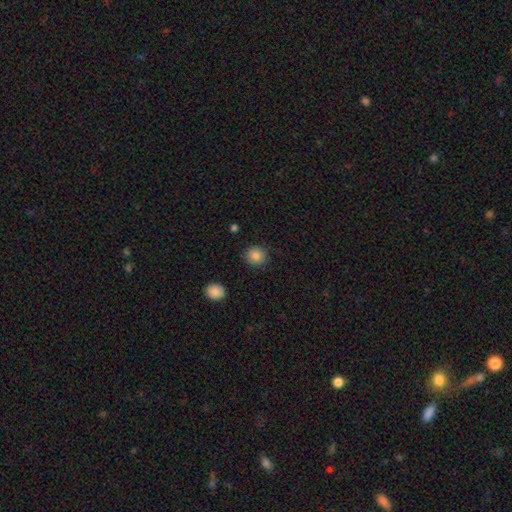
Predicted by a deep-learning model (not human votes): Q: Smooth or featured?
A: smooth (86%); runner-up: star or artifact (10%)
Q: How rounded?
A: round (88%); runner-up: in between (11%)
Q: Merging?
A: none (88%); runner-up: minor disturbance (8%)